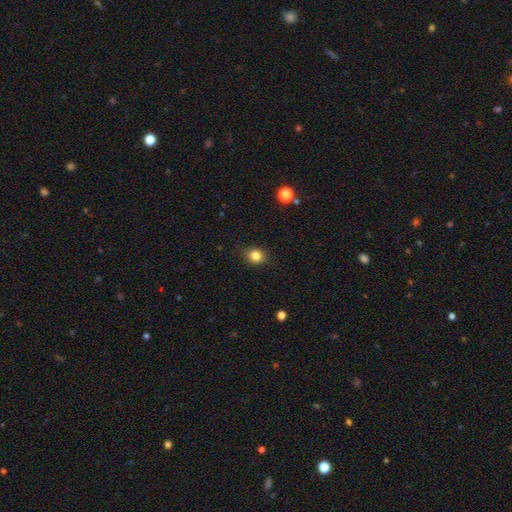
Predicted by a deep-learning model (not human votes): A smooth galaxy with no disk features (83%) that is round (65%). Merging: none (83%).